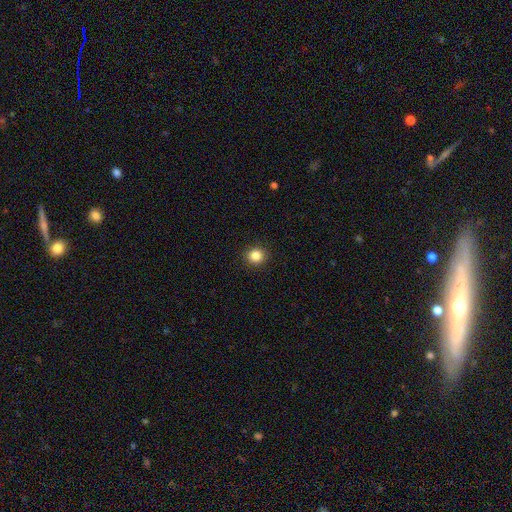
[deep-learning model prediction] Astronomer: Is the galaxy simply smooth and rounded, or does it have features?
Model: smooth — 85%.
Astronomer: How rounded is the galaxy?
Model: round — 90%.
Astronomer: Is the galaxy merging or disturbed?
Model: none — 92%.